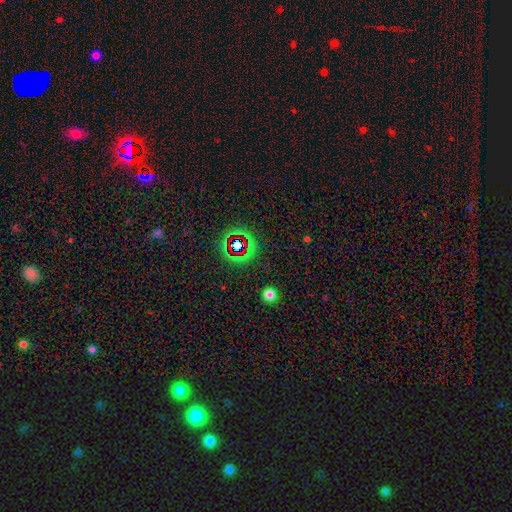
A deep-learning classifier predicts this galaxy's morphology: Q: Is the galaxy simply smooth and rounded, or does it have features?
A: star or artifact — 60%.